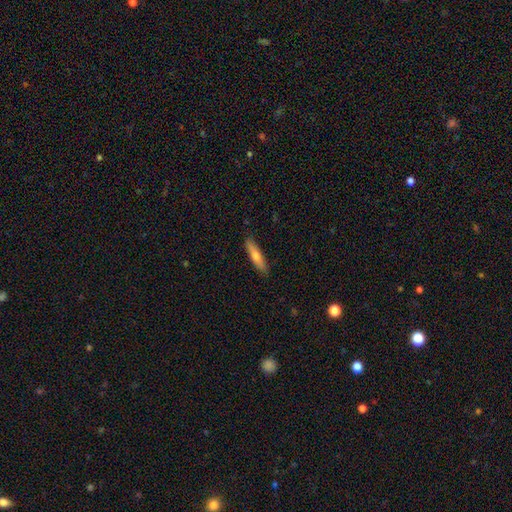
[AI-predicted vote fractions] This appears to be a smooth galaxy with no disk features (64%) that is cigar-shaped (84%). Merging: none (88%).